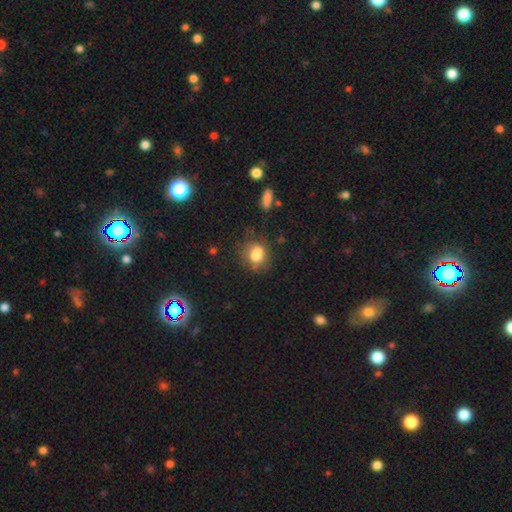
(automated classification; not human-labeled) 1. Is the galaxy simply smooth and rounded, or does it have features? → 75% smooth, 13% featured or disk, 12% star or artifact.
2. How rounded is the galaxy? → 50% in between, 48% round, 2% cigar-shaped.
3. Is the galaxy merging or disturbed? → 58% none, 22% minor disturbance, 10% major disturbance, 10% merger.